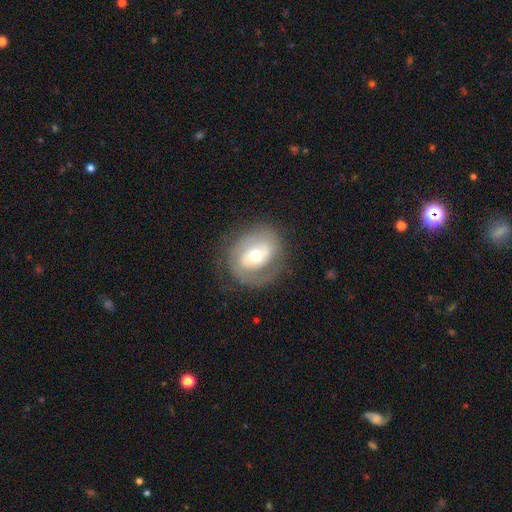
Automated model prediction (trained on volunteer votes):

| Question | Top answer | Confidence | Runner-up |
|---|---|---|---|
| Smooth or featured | featured or disk | 67% | smooth (26%) |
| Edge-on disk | no | 96% | yes (4%) |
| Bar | no | 58% | weak (30%) |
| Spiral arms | yes | 74% | no (26%) |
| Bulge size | moderate | 70% | small (15%) |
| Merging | none | 69% | minor disturbance (18%) |